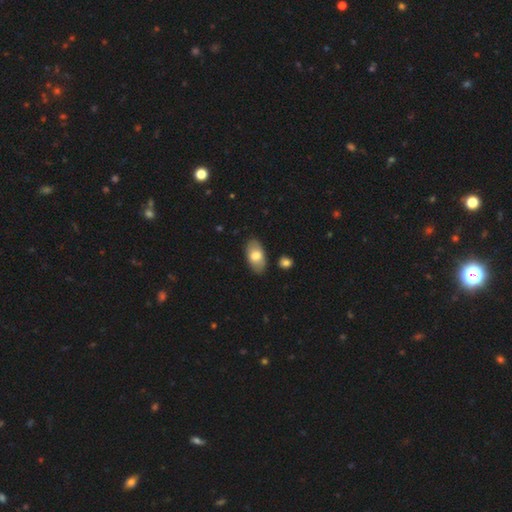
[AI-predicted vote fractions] A smooth galaxy with no disk features (73%) that is in between round and cigar-shaped (94%). Merging: none (85%).